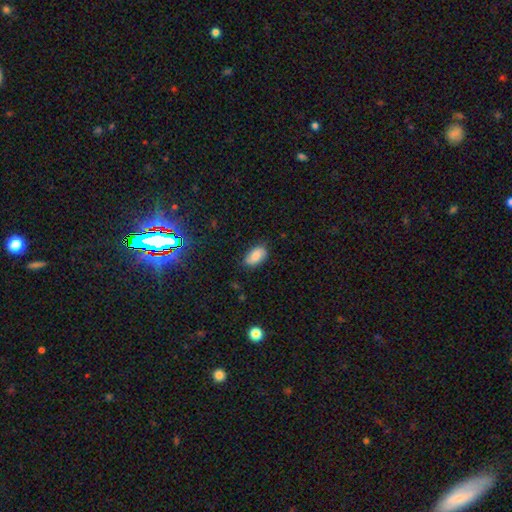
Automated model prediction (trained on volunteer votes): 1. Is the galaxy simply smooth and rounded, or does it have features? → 76% smooth, 16% featured or disk, 8% star or artifact.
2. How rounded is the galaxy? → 92% in between, 6% round, 2% cigar-shaped.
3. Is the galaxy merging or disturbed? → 76% none, 19% minor disturbance, 4% major disturbance, 1% merger.